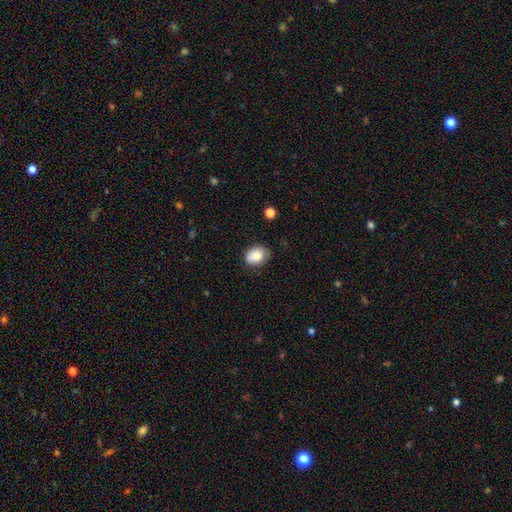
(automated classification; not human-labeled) This is likely a smooth galaxy (80%). How rounded: likely in between (66%). Merging: likely none (72%).